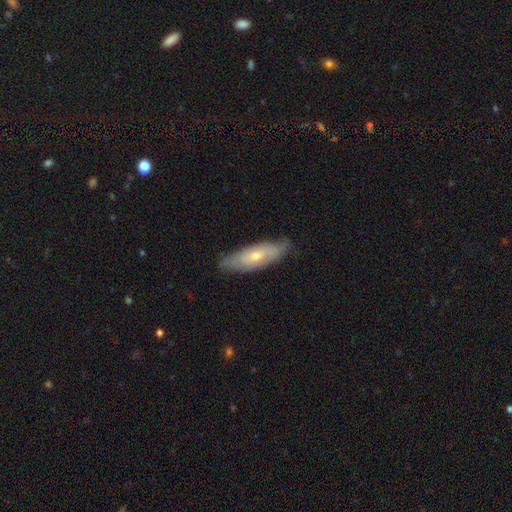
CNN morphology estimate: Q: Smooth or featured?
A: smooth (49%); runner-up: featured or disk (45%)
Q: Merging?
A: none (78%); runner-up: minor disturbance (18%)